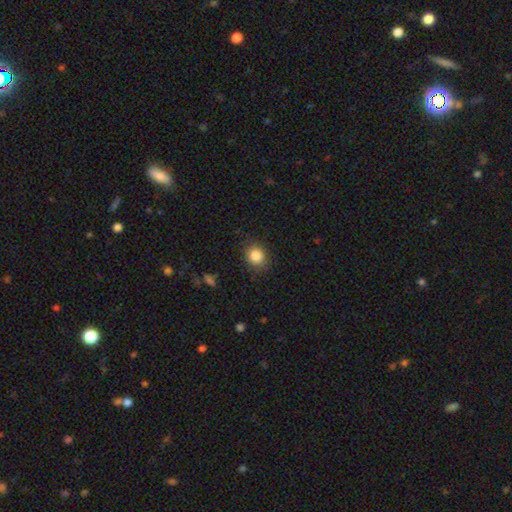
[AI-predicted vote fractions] smooth_or_featured: smooth (p=0.85) [alt: star or artifact p=0.10]
how_rounded: round (p=0.75) [alt: in between p=0.24]
merging: none (p=0.85) [alt: minor disturbance p=0.11]